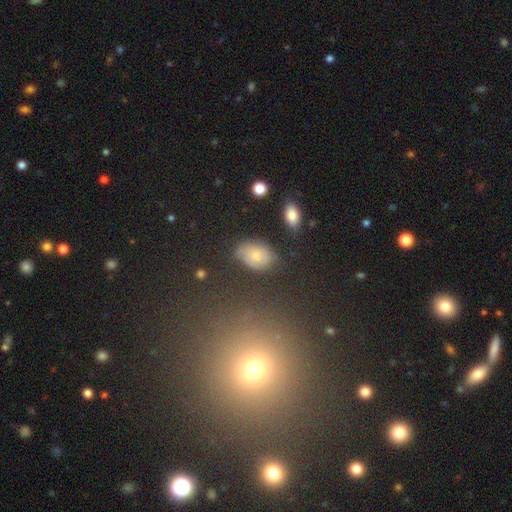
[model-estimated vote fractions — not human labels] Smooth or featured: smooth — 56% (featured or disk — 32%)
How rounded: in between — 81% (round — 17%)
Merging: none — 62% (minor disturbance — 25%)